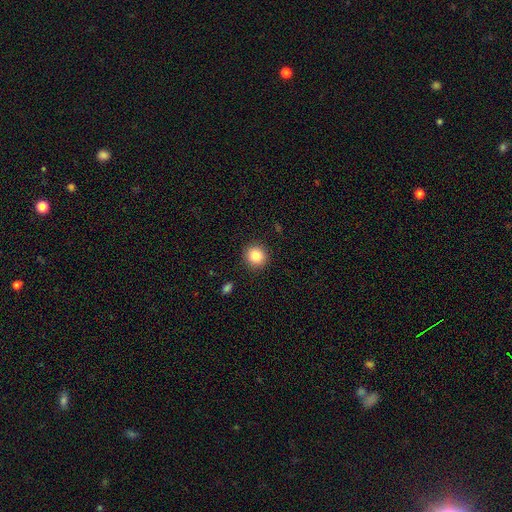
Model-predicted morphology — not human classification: This appears to be a smooth galaxy with no disk features (84%) that is round (92%). Merging: none (91%).